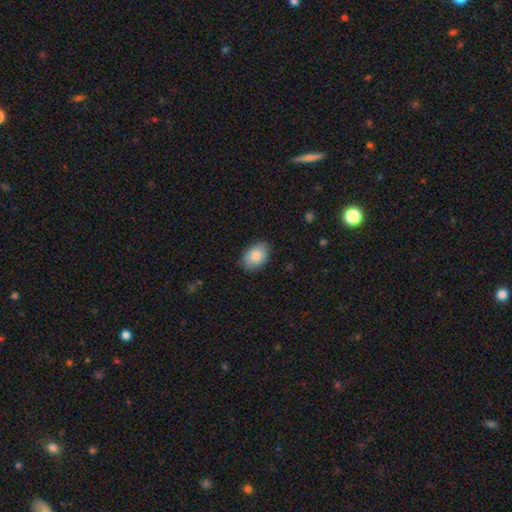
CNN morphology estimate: smooth-or-featured: smooth: 84% | featured or disk: 9% | star or artifact: 7%
  how-rounded: in between: 83% | round: 16% | cigar-shaped: 1%
  merging: none: 80% | minor disturbance: 16% | major disturbance: 3% | merger: 1%